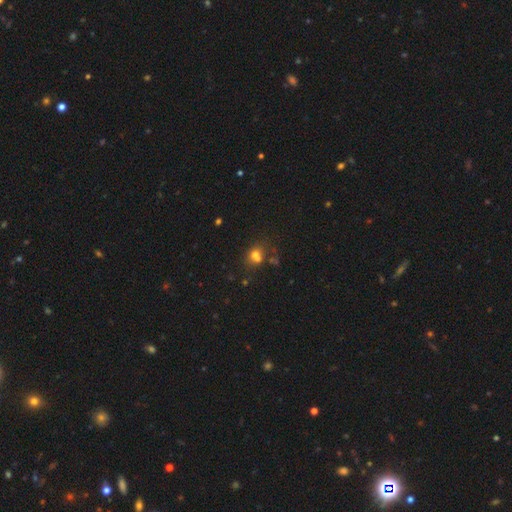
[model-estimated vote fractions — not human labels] The model was most divided on "merging" (2-way tie): merger: 39%, none: 39%, minor disturbance: 13%, major disturbance: 8%. More confident: smooth or featured — smooth (65%); how rounded — round (57%).